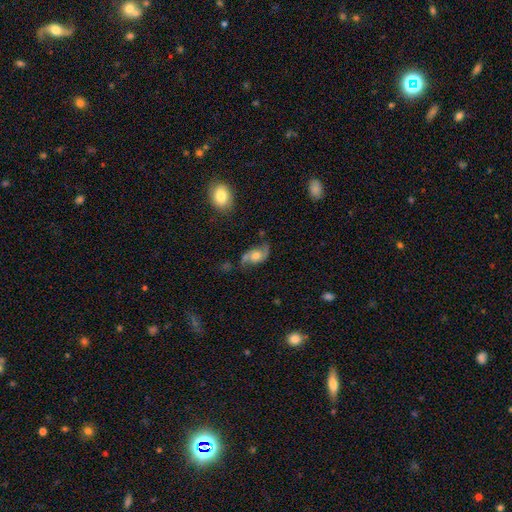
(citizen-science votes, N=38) A featured or disk galaxy (74%) with no bar (68%), 2 (92%) loose (42%) spiral arms (93%) and a moderate central bulge (43%). Merging: none (62%).